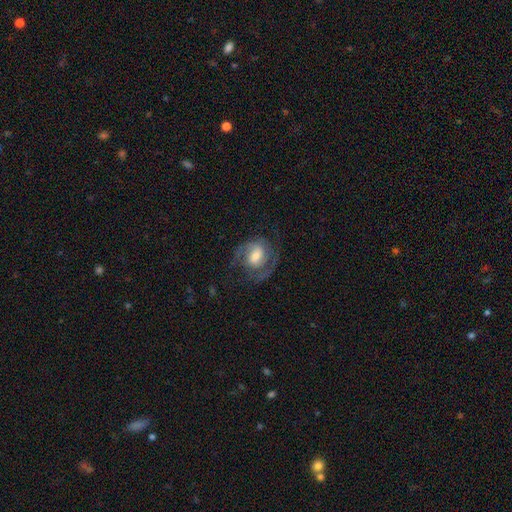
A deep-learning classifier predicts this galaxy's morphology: Q: Smooth or featured?
A: featured or disk (77%); runner-up: smooth (17%)
Q: Edge-on disk?
A: no (97%); runner-up: yes (3%)
Q: Bar?
A: weak (48%); runner-up: no (34%)
Q: Spiral arms?
A: yes (93%); runner-up: no (7%)
Q: Spiral winding?
A: medium (50%); runner-up: tight (33%)
Q: Spiral arm count?
A: 2 (80%); runner-up: can't tell (7%)
Q: Bulge size?
A: moderate (53%); runner-up: small (24%)
Q: Merging?
A: none (66%); runner-up: minor disturbance (17%)